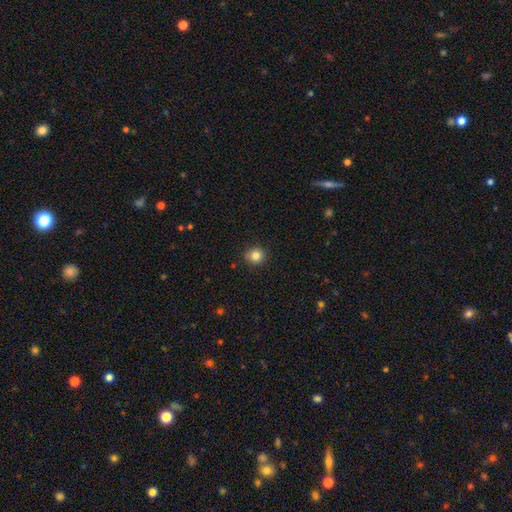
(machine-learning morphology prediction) A smooth galaxy with no disk features (82%) that is round (92%). Merging: none (89%).